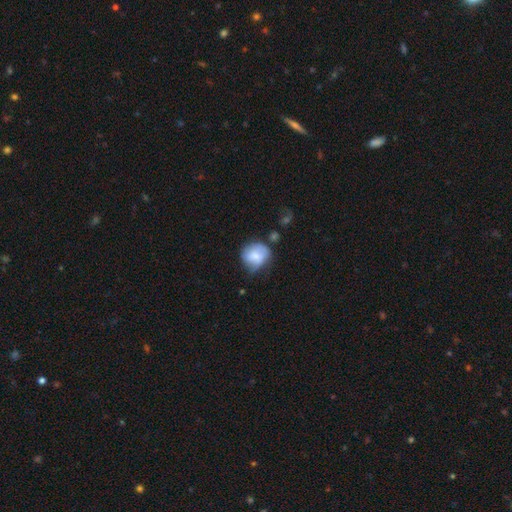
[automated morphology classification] A smooth galaxy with no disk features (68%) that is round (70%). Merging: none (46%).